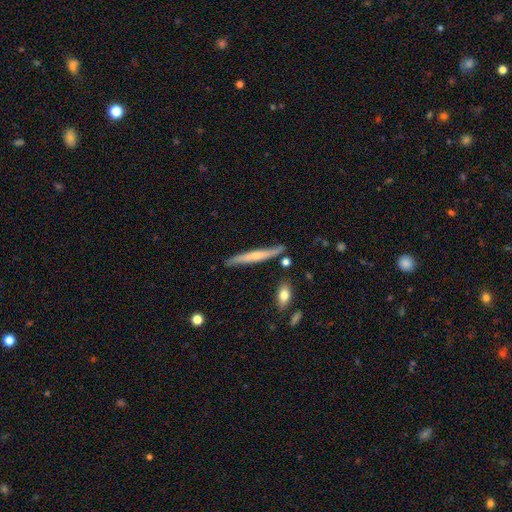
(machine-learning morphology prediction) Smooth or featured? Predicted: featured or disk (p=0.50). Merging? Predicted: none (p=0.79).